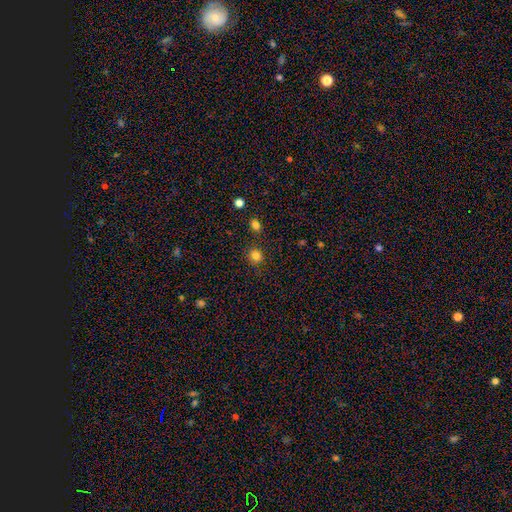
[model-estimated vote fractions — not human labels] A smooth galaxy with no disk features (82%) that is round (87%). Merging: none (87%).